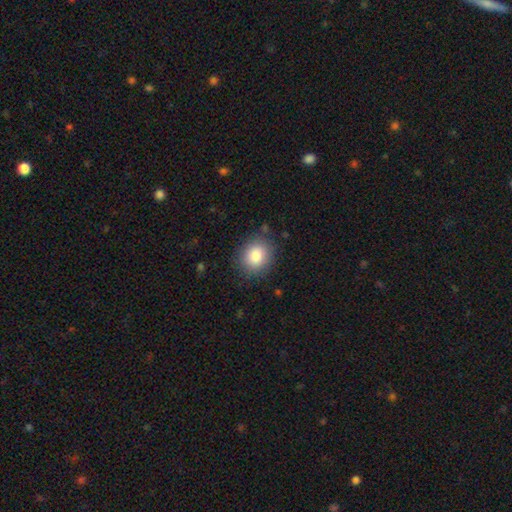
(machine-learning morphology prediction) smooth 85%, star or artifact 9%, featured or disk 7%. Down the decision tree: how rounded — round (66%); merging — none (85%).